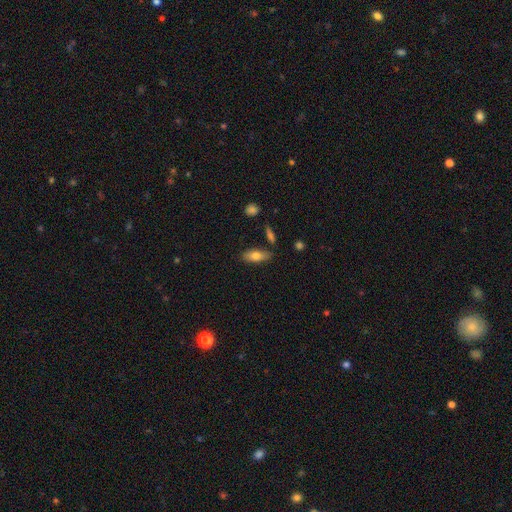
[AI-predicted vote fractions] Overall: smooth (75%). How rounded: in between (76%). Merging: none (80%).